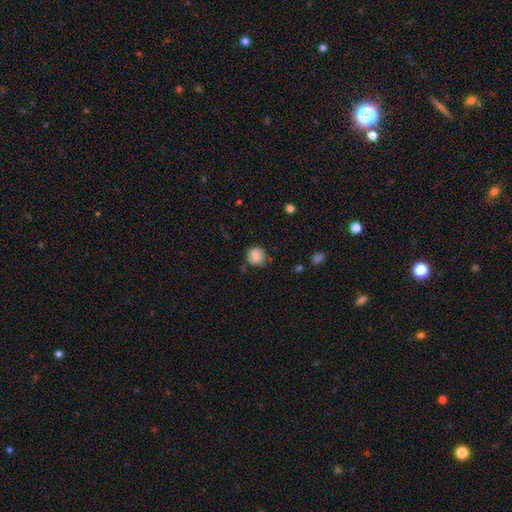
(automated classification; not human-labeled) The model was most divided on "merging": none: 71%, minor disturbance: 21%, major disturbance: 5%, merger: 3%. More confident: how rounded — round (85%); smooth or featured — smooth (80%).